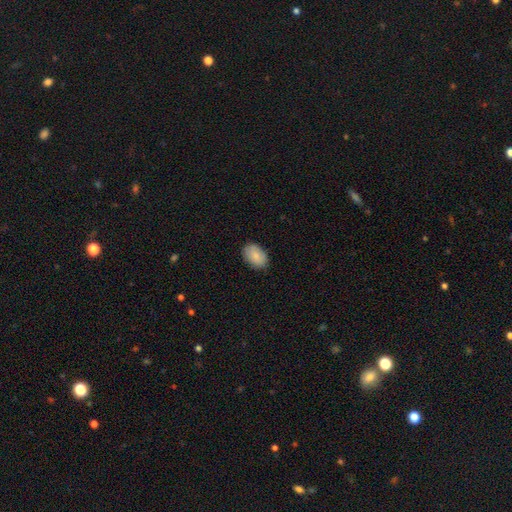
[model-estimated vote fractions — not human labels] A smooth galaxy with no disk features (86%) that is in between round and cigar-shaped (88%).

Vote fractions:
- Smooth or featured? smooth: 86% / featured or disk: 8% / star or artifact: 6%
- How rounded? in between: 88% / round: 11% / cigar-shaped: 1%
- Merging? none: 84% / minor disturbance: 12% / major disturbance: 2% / merger: 1%